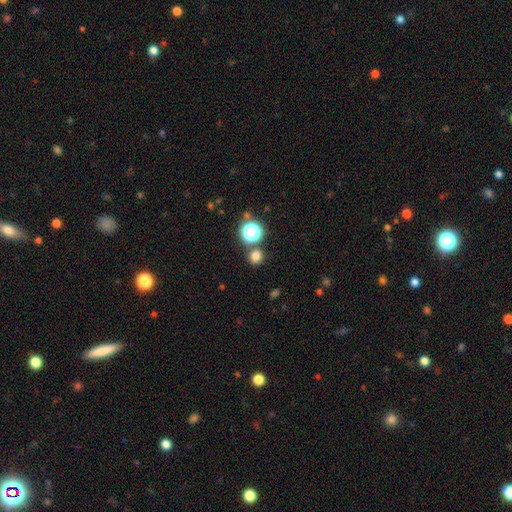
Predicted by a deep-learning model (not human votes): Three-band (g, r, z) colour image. It shows a smooth galaxy with no disk features (74%) that is round (86%). Merging: none (79%).